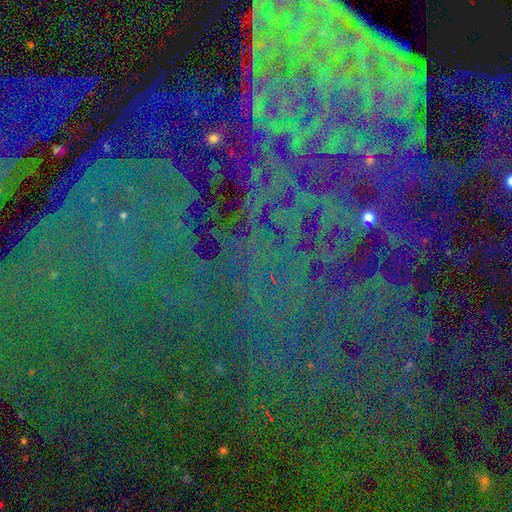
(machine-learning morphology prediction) This appears to be a star or artifact, not a galaxy (83%).